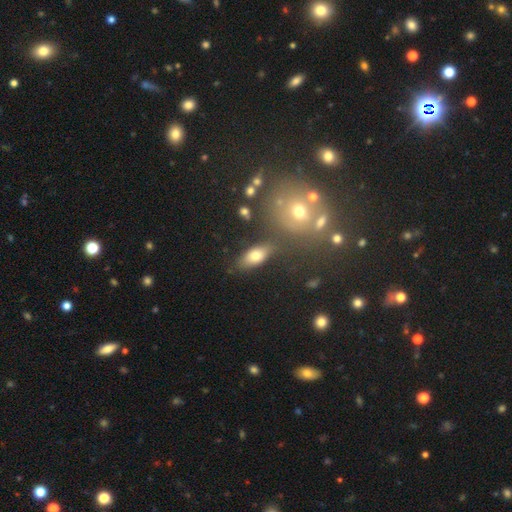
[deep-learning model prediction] smooth-or-featured: smooth: 73% | featured or disk: 17% | star or artifact: 10%
  how-rounded: in between: 84% | cigar-shaped: 9% | round: 7%
  merging: none: 74% | minor disturbance: 14% | merger: 8% | major disturbance: 5%